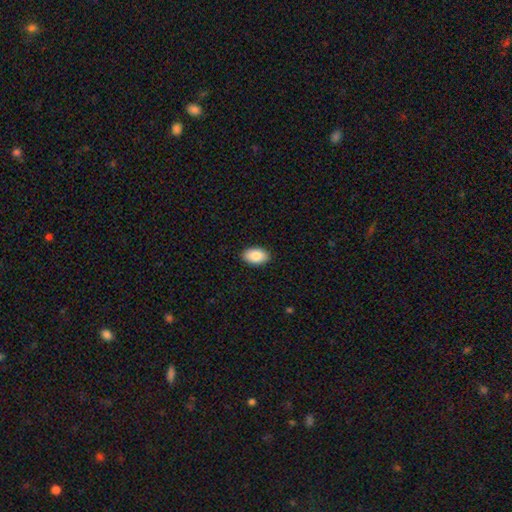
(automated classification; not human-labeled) smooth-or-featured: smooth: 88% | star or artifact: 6% | featured or disk: 6%
  how-rounded: in between: 93% | round: 6% | cigar-shaped: 1%
  merging: none: 90% | minor disturbance: 7% | major disturbance: 2% | merger: 1%